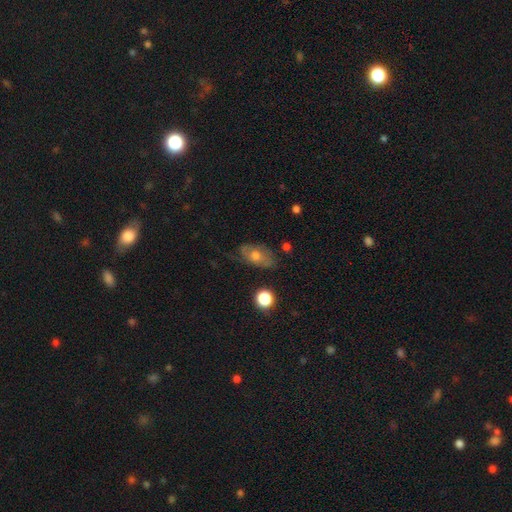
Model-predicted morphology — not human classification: This appears to be a smooth galaxy with no disk features (51%) that is in between round and cigar-shaped (85%). Merging: none (64%).